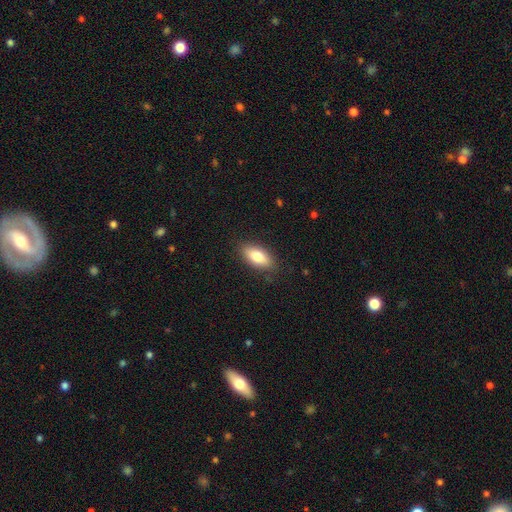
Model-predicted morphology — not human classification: Smooth or featured? smooth (78%)
How rounded? in between (85%)
Merging? none (85%)